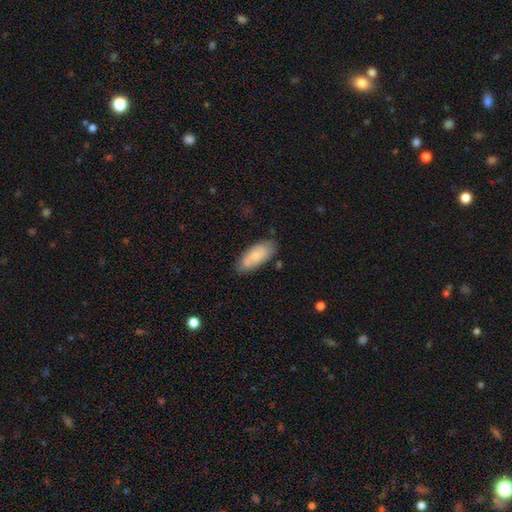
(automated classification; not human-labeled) The model was most divided on "smooth or featured": smooth: 65%, featured or disk: 29%, star or artifact: 6%. More confident: how rounded — in between (85%); merging — none (77%).